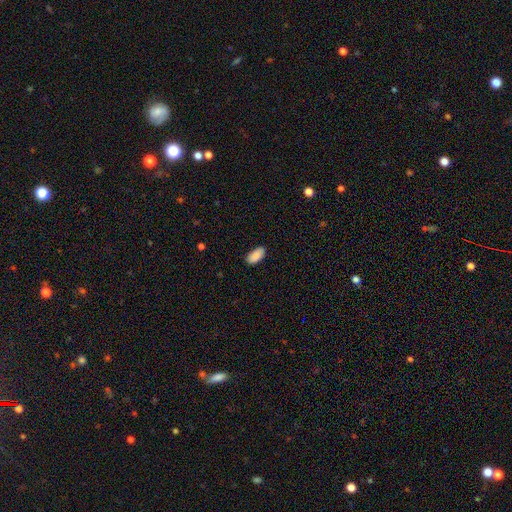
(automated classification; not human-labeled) The model was most divided on "merging": none: 86%, minor disturbance: 11%, major disturbance: 2%, merger: 1%. More confident: how rounded — in between (94%); smooth or featured — smooth (88%).